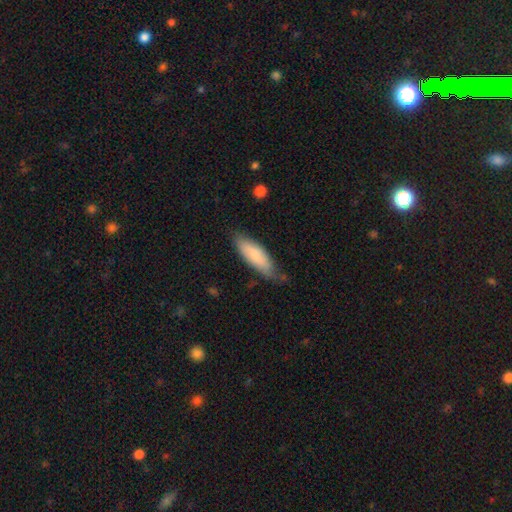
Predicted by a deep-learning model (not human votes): smooth 79%, featured or disk 16%, star or artifact 5%. Down the decision tree: how rounded — in between (62%); merging — none (59%).